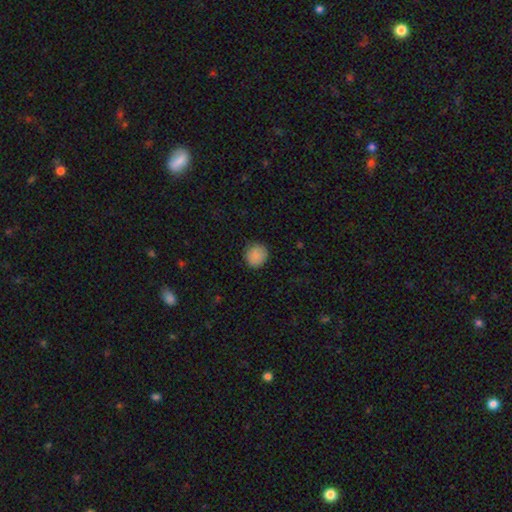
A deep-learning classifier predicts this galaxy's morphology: This appears to be a smooth galaxy with no disk features (87%) that is round (88%). Merging: none (85%).